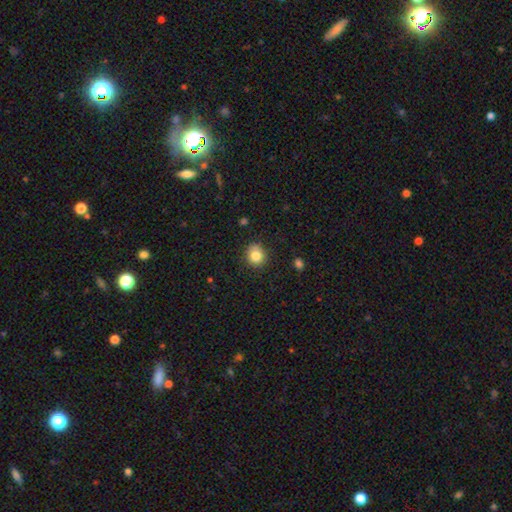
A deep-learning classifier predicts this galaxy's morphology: smooth_or_featured: smooth (p=0.83) [alt: star or artifact p=0.11]
how_rounded: round (p=0.83) [alt: in between p=0.16]
merging: none (p=0.85) [alt: minor disturbance p=0.11]